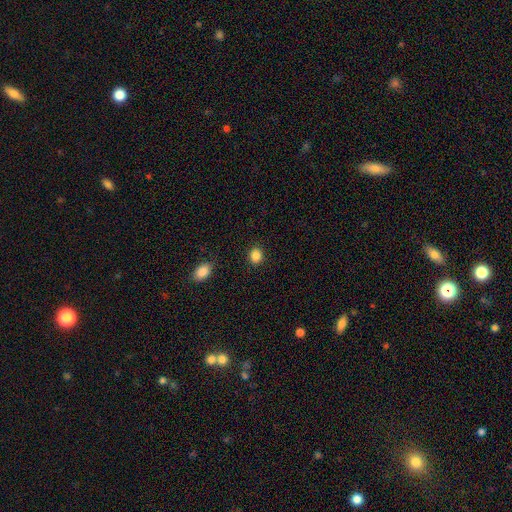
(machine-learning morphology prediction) Q: Smooth or featured?
A: smooth (86%); runner-up: star or artifact (10%)
Q: How rounded?
A: round (67%); runner-up: in between (32%)
Q: Merging?
A: none (89%); runner-up: minor disturbance (7%)